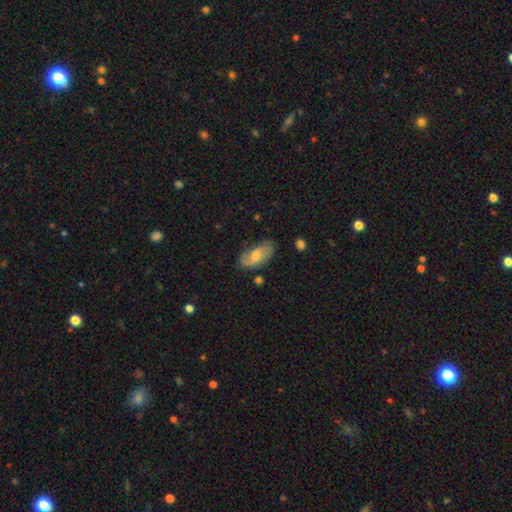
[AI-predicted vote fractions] Overall: featured or disk (49%; smooth 44%). Merging: none (72%).